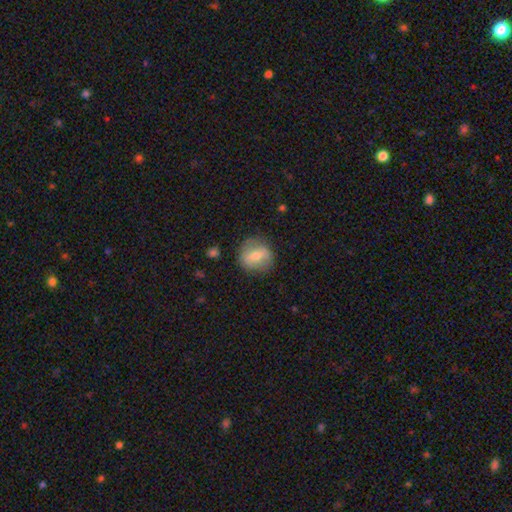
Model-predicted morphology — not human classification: smooth 56%, featured or disk 35%, star or artifact 8%. Down the decision tree: how rounded — round (83%); merging — none (82%).